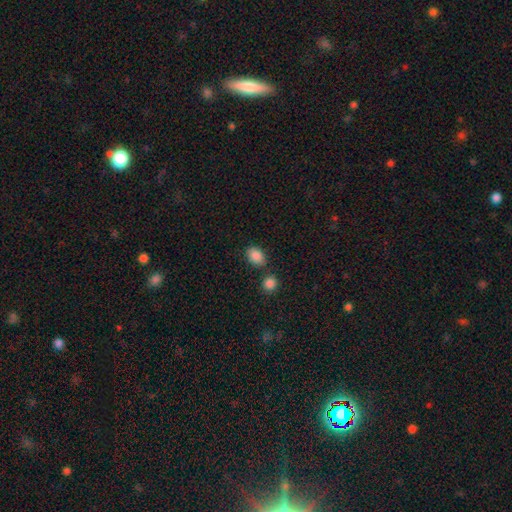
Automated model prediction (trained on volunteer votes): smooth 87%, star or artifact 9%, featured or disk 4%. Down the decision tree: how rounded — in between (78%); merging — none (74%).